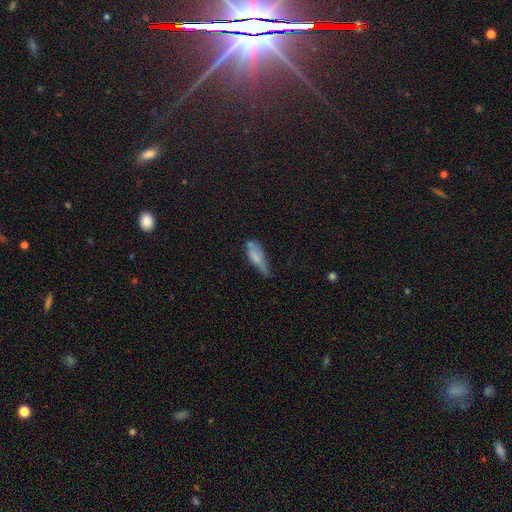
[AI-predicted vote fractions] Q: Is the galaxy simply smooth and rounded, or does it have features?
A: smooth — 65%.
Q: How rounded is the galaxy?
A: in between — 54%.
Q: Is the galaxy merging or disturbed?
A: minor disturbance — 38%.